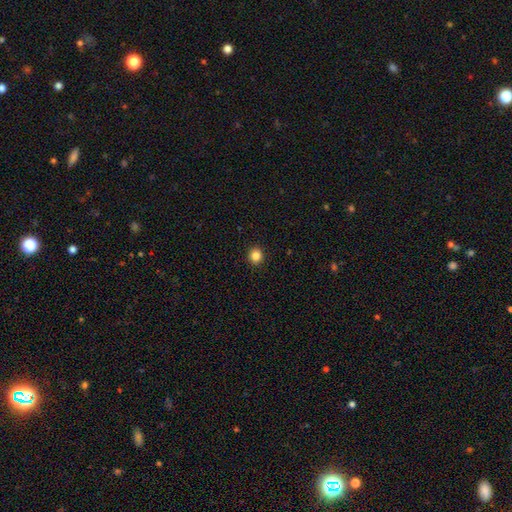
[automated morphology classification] smooth_or_featured: smooth (p=0.85) [alt: star or artifact p=0.11]
how_rounded: round (p=0.90) [alt: in between p=0.09]
merging: none (p=0.93) [alt: minor disturbance p=0.04]